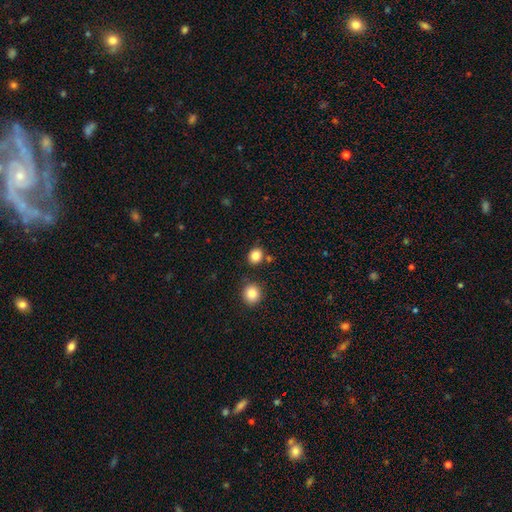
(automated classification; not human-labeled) smooth-or-featured: smooth: 84% | star or artifact: 11% | featured or disk: 5%
  how-rounded: round: 71% | in between: 28% | cigar-shaped: 1%
  merging: none: 81% | minor disturbance: 9% | merger: 7% | major disturbance: 3%